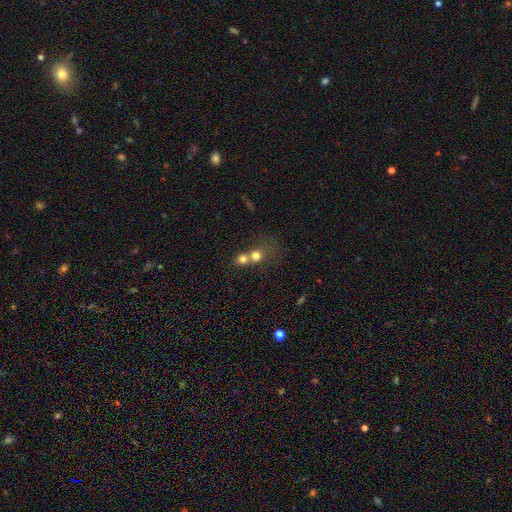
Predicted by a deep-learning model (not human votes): Smooth or featured: smooth — 72% (featured or disk — 15%)
How rounded: round — 78% (in between — 21%)
Merging: merger — 65% (none — 26%)